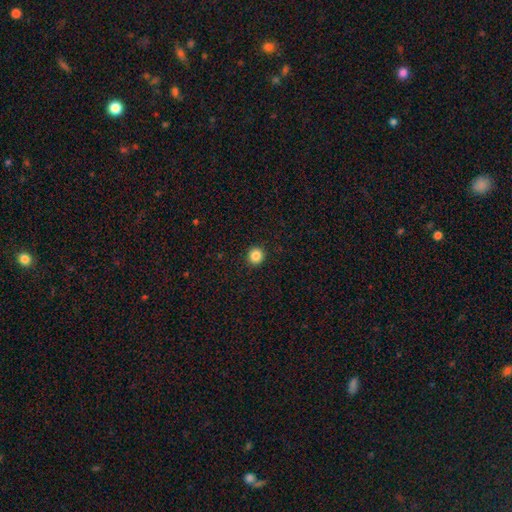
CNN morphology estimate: Smooth or featured? smooth (85%)
How rounded? round (94%)
Merging? none (93%)